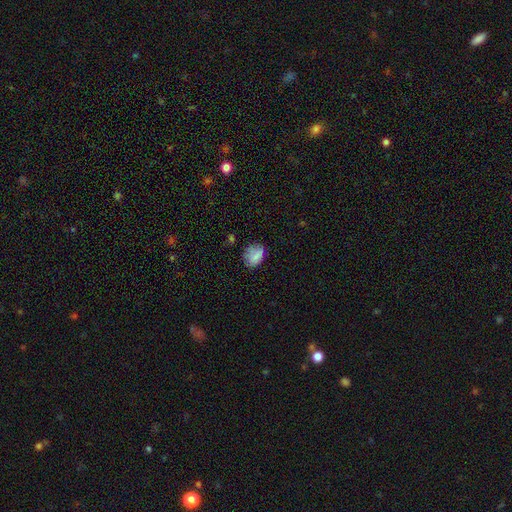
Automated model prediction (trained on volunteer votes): A smooth galaxy with no disk features (79%) that is in between round and cigar-shaped (64%).

Vote fractions:
- Smooth or featured? smooth: 79% / featured or disk: 11% / star or artifact: 10%
- How rounded? in between: 64% / round: 35% / cigar-shaped: 1%
- Merging? none: 62% / minor disturbance: 27% / major disturbance: 8% / merger: 2%